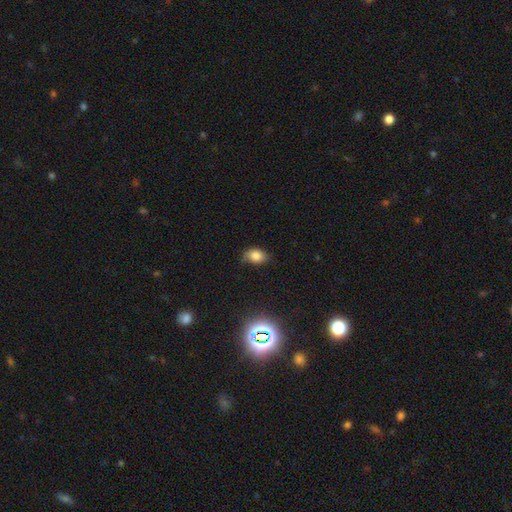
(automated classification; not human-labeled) Smooth or featured: smooth — 78% (star or artifact — 13%)
How rounded: in between — 78% (round — 20%)
Merging: none — 65% (minor disturbance — 27%)